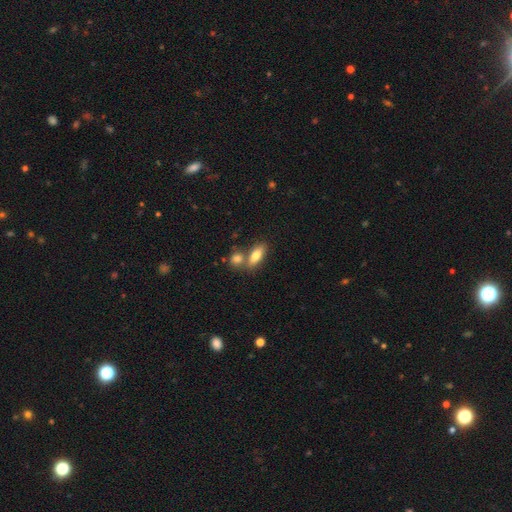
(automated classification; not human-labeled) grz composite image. It shows a smooth galaxy with no disk features (78%) that is in between round and cigar-shaped (75%). Merging: none (53%).